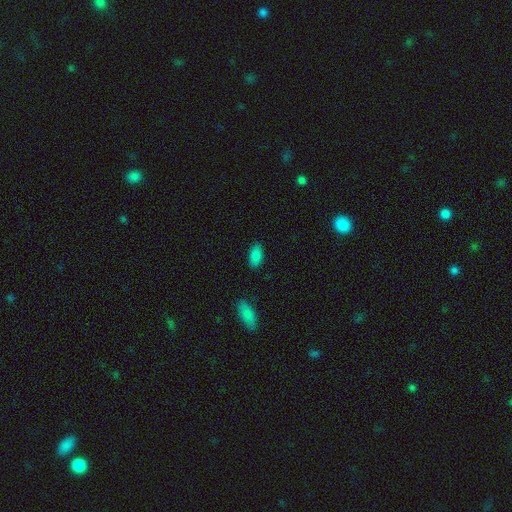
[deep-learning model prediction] The model was most divided on "merging": none: 86%, minor disturbance: 10%, major disturbance: 2%, merger: 2%. More confident: how rounded — in between (93%); smooth or featured — smooth (86%).